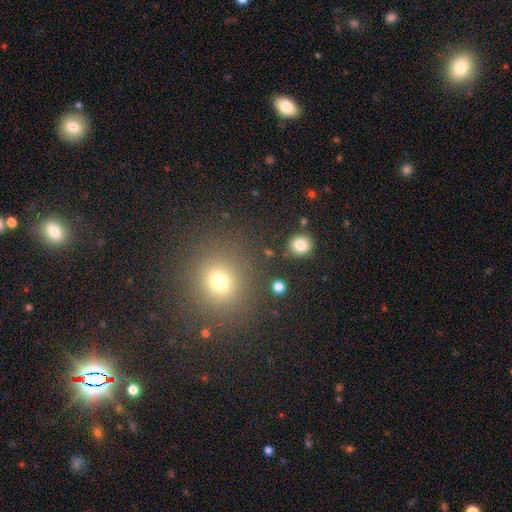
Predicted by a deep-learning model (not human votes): smooth_or_featured: smooth (p=0.59) [alt: star or artifact p=0.33]
how_rounded: round (p=0.84) [alt: in between p=0.15]
merging: none (p=0.88) [alt: minor disturbance p=0.06]